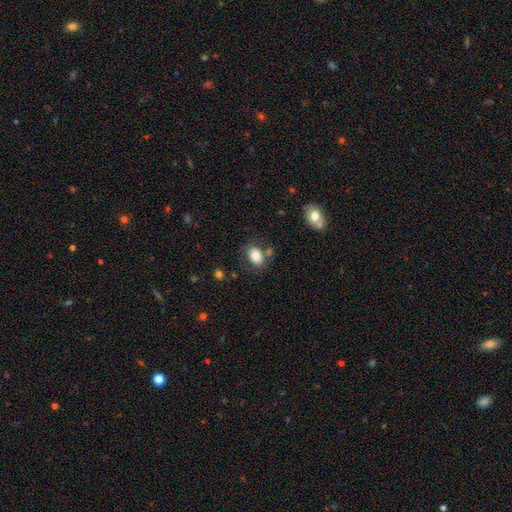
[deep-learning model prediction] smooth_or_featured: smooth (p=0.81) [alt: featured or disk p=0.11]
how_rounded: in between (p=0.73) [alt: round p=0.26]
merging: none (p=0.68) [alt: minor disturbance p=0.15]